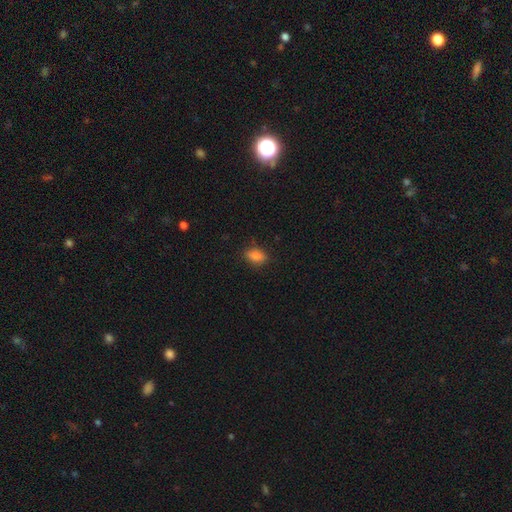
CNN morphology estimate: Smooth or featured?
  - smooth: 84% *
  - star or artifact: 11%
  - featured or disk: 5%
How rounded?
  - in between: 80% *
  - round: 18%
  - cigar-shaped: 2%
Merging?
  - none: 83% *
  - minor disturbance: 13%
  - major disturbance: 3%
  - merger: 1%